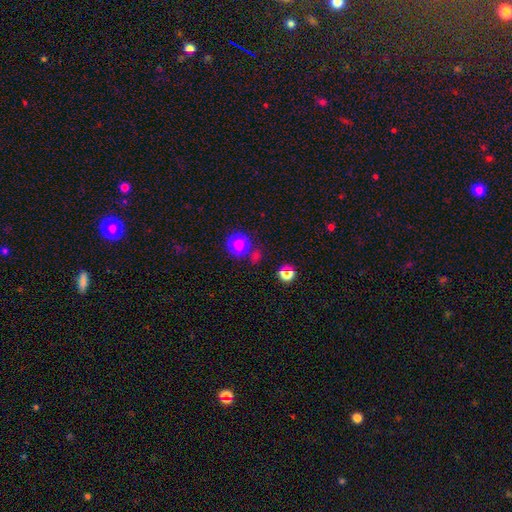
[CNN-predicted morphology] type=smooth (82%); roundness=round (86%); merging=none (75%).